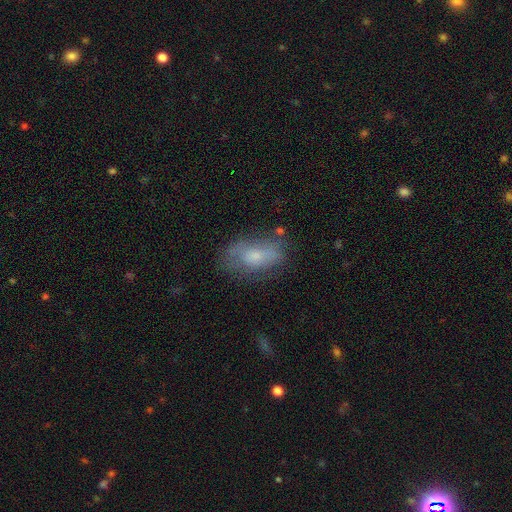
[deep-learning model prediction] Smooth or featured?
  - smooth: 58% *
  - featured or disk: 33%
  - star or artifact: 9%
How rounded?
  - in between: 87% *
  - cigar-shaped: 7%
  - round: 6%
Merging?
  - none: 55% *
  - minor disturbance: 27%
  - major disturbance: 14%
  - merger: 4%